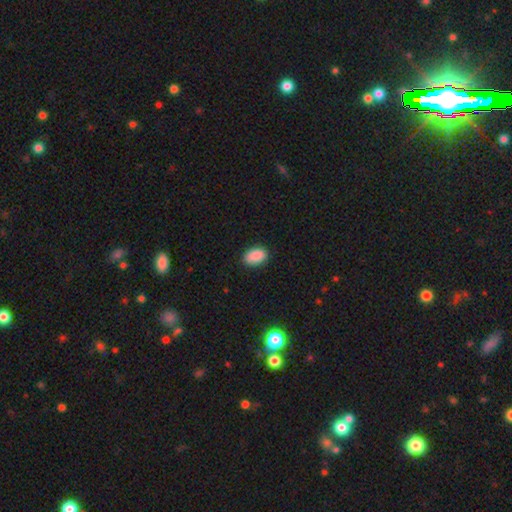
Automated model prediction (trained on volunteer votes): smooth 90%, star or artifact 7%, featured or disk 3%. Down the decision tree: how rounded — in between (92%); merging — none (87%).